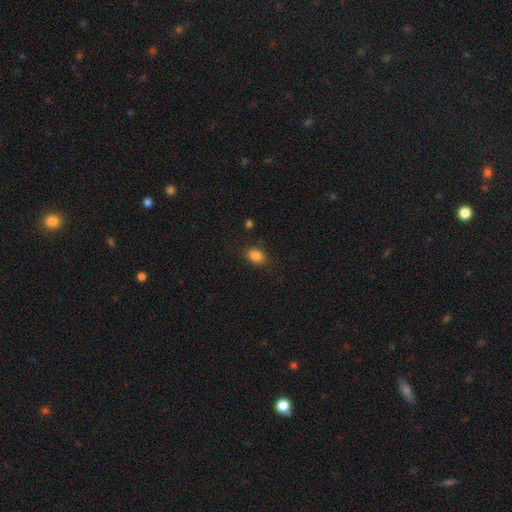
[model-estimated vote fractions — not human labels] This appears to be a smooth galaxy with no disk features (85%) that is in between round and cigar-shaped (72%). Merging: none (84%).